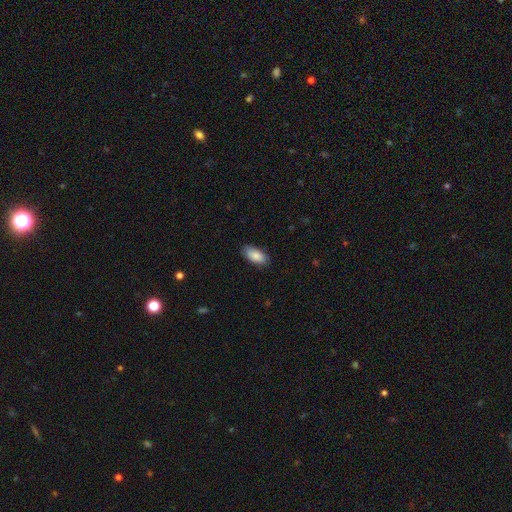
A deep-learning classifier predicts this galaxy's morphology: A smooth galaxy with no disk features (87%) that is in between round and cigar-shaped (91%).

Vote fractions:
- Smooth or featured? smooth: 87% / featured or disk: 7% / star or artifact: 6%
- How rounded? in between: 91% / cigar-shaped: 6% / round: 2%
- Merging? none: 84% / minor disturbance: 12% / major disturbance: 2% / merger: 1%